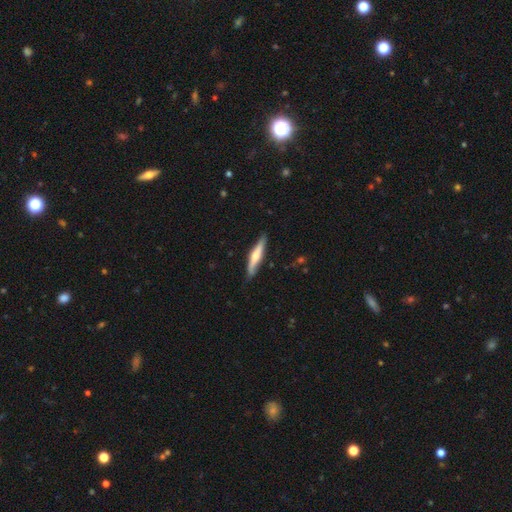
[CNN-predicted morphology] Smooth or featured: featured or disk — 48% (smooth — 47%)
Merging: none — 82% (minor disturbance — 14%)